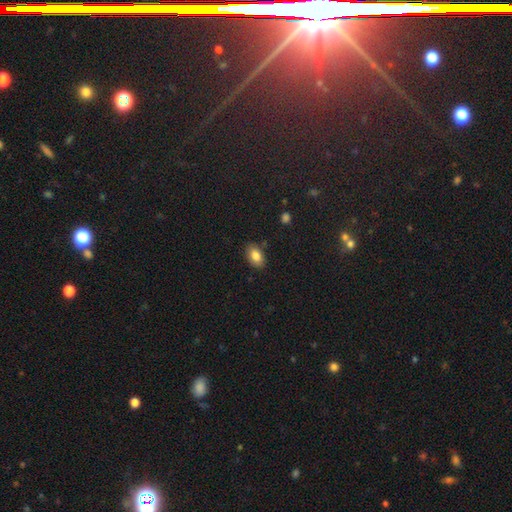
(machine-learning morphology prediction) Smooth or featured? Predicted: smooth (p=0.84). How rounded? Predicted: in between (p=0.90). Merging? Predicted: none (p=0.85).